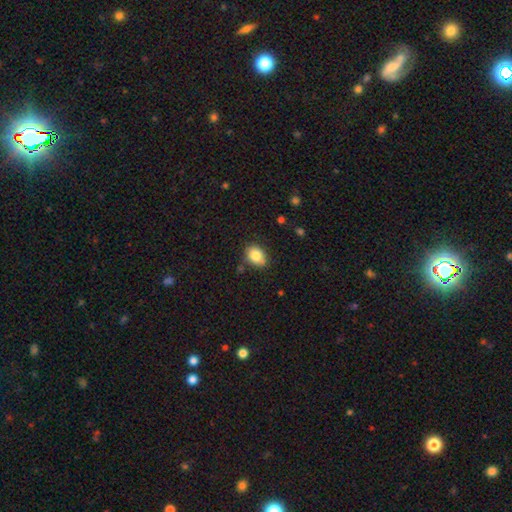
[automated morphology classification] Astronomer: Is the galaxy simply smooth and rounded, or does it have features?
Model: smooth — 83%.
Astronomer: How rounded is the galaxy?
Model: in between — 70%.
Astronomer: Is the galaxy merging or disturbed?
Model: none — 76%.